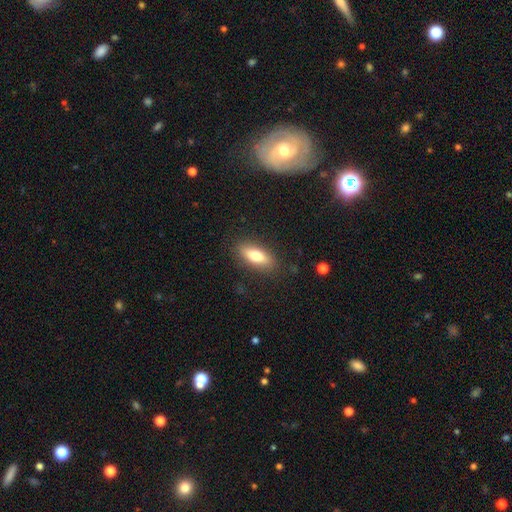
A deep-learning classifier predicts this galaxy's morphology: smooth_or_featured: smooth (p=0.74) [alt: featured or disk p=0.19]
how_rounded: in between (p=0.68) [alt: cigar-shaped p=0.29]
merging: none (p=0.85) [alt: minor disturbance p=0.11]